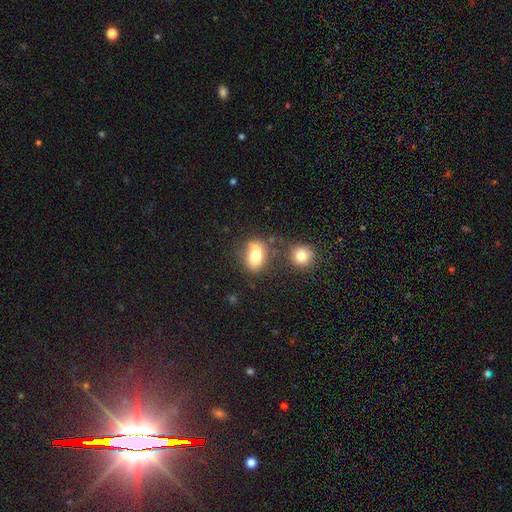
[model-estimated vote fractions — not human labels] Smooth or featured? smooth (76%)
How rounded? in between (73%)
Merging? none (55%)